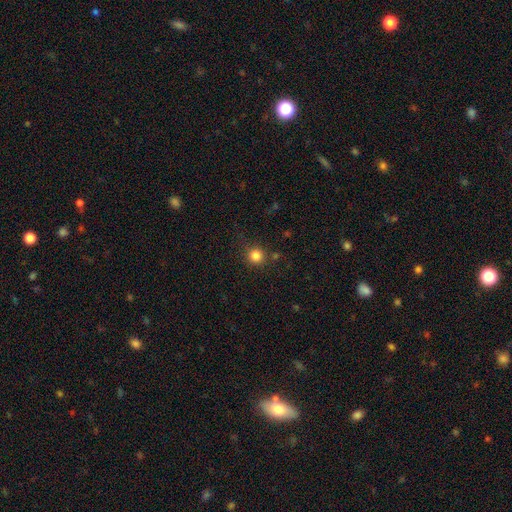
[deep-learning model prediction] A smooth galaxy with no disk features (83%) that is round (93%).

Vote fractions:
- Smooth or featured? smooth: 83% / star or artifact: 13% / featured or disk: 4%
- How rounded? round: 93% / in between: 6% / cigar-shaped: 1%
- Merging? none: 84% / minor disturbance: 9% / merger: 4% / major disturbance: 3%